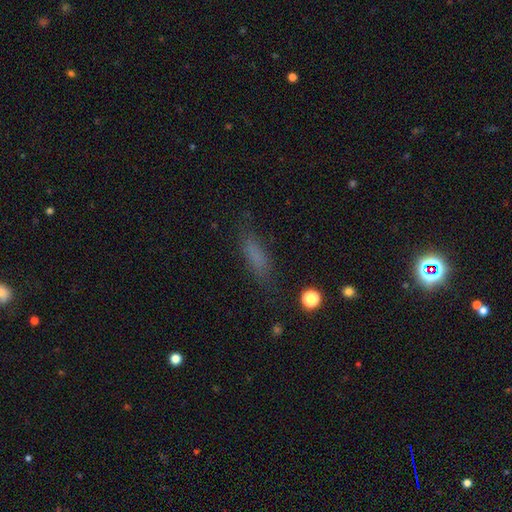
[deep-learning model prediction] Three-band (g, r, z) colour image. It shows a smooth galaxy with no disk features (71%) that is cigar-shaped (60%). Merging: none (74%).